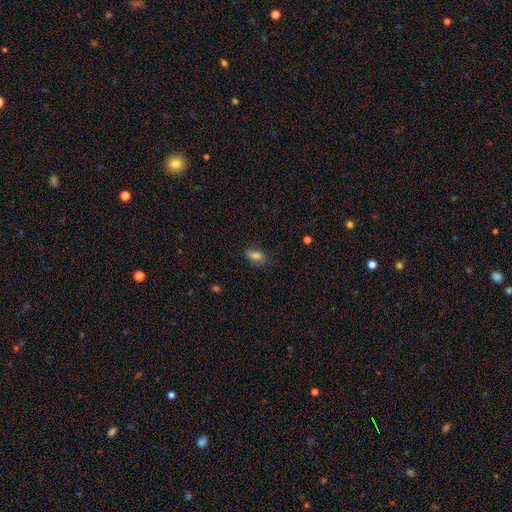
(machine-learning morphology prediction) Smooth or featured: smooth — 79% (star or artifact — 12%)
How rounded: in between — 84% (round — 8%)
Merging: none — 73% (minor disturbance — 20%)